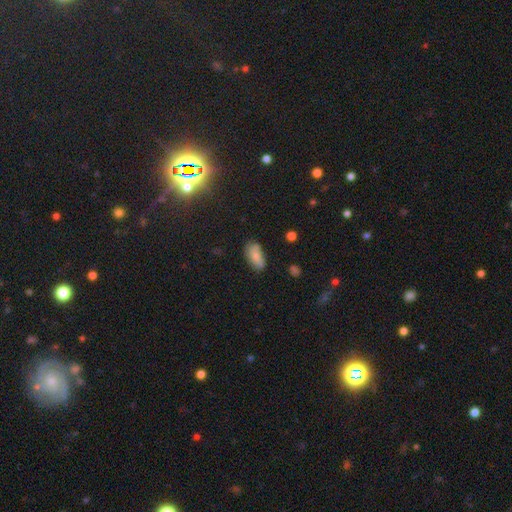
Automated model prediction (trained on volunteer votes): A smooth galaxy with no disk features (80%) that is in between round and cigar-shaped (91%).

Vote fractions:
- Smooth or featured? smooth: 80% / featured or disk: 12% / star or artifact: 8%
- How rounded? in between: 91% / cigar-shaped: 5% / round: 3%
- Merging? none: 65% / minor disturbance: 25% / major disturbance: 6% / merger: 4%